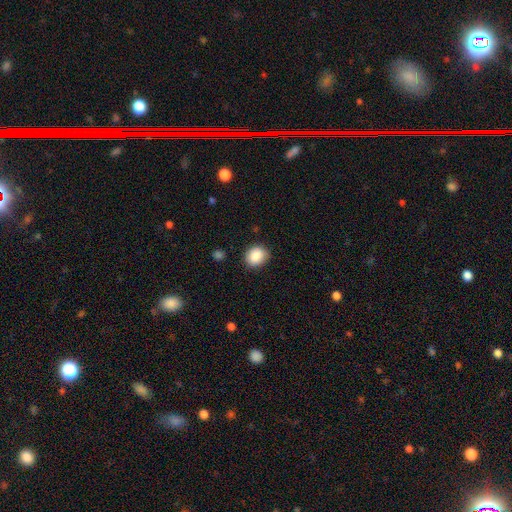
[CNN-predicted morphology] A smooth galaxy with no disk features (87%) that is round (66%). Merging: none (85%).